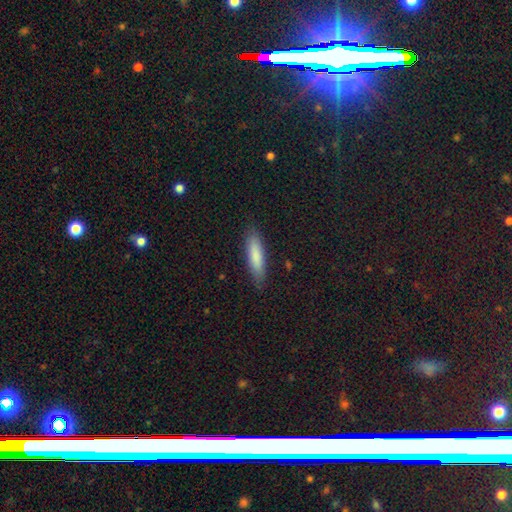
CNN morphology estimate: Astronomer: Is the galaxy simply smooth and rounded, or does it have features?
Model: smooth — 82%.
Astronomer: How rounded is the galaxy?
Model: cigar-shaped — 69%.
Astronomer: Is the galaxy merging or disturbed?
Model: none — 86%.